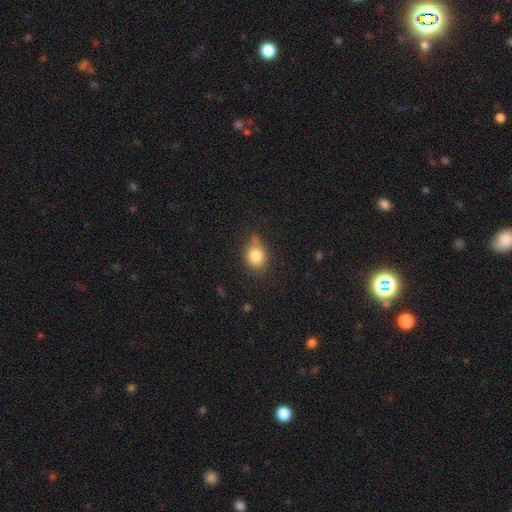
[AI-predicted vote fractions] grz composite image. It shows a smooth galaxy with no disk features (82%) that is round (54%). Merging: none (66%).